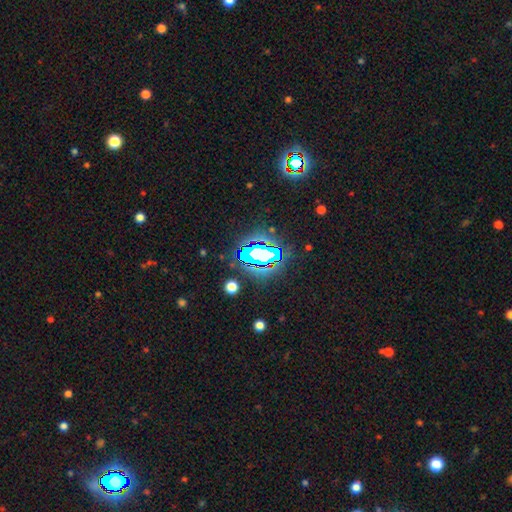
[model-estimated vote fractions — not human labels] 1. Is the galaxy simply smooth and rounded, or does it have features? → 72% star or artifact, 16% smooth, 12% featured or disk.